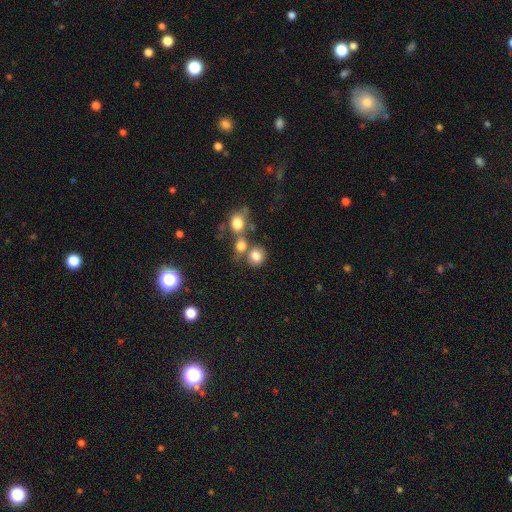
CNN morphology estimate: Smooth or featured? Predicted: smooth (p=0.79). How rounded? Predicted: round (p=0.77). Merging? Predicted: none (p=0.51).